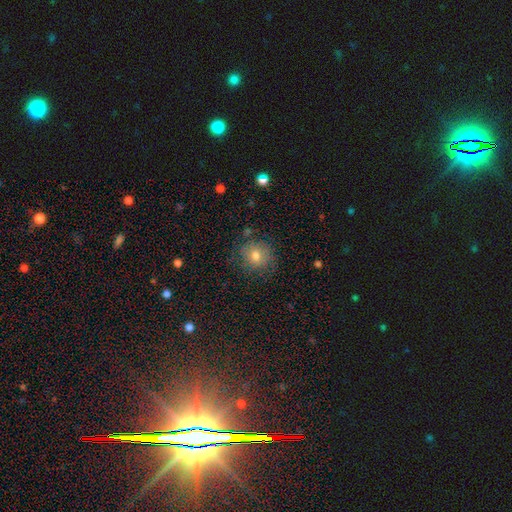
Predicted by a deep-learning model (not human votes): A smooth galaxy with no disk features (76%) that is round (82%). Merging: none (77%).